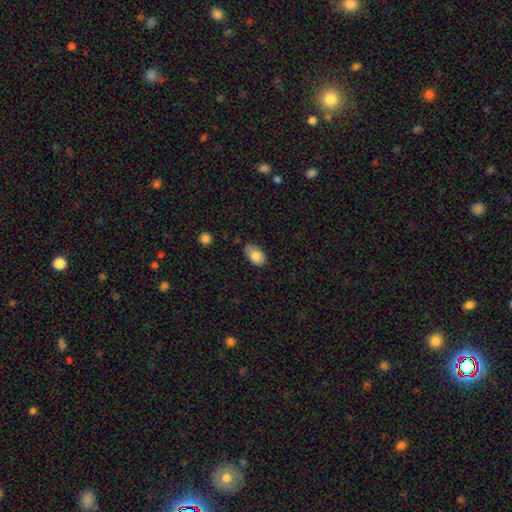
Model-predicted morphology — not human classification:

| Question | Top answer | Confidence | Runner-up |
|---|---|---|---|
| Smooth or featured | smooth | 83% | featured or disk (10%) |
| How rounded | in between | 92% | round (6%) |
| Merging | none | 75% | minor disturbance (20%) |